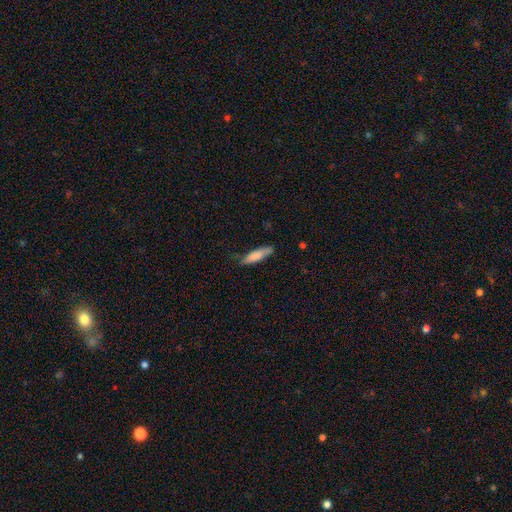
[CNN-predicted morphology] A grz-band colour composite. It shows a smooth galaxy with no disk features (80%) that is cigar-shaped (68%). Merging: none (72%).